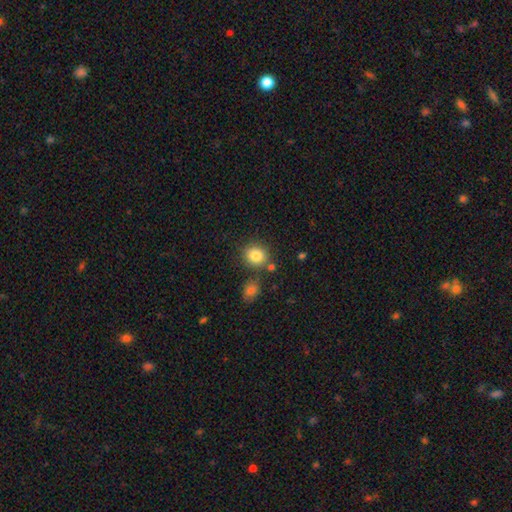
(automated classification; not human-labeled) Morphology: type=smooth (84%); roundness=round (74%); merging=none (75%).